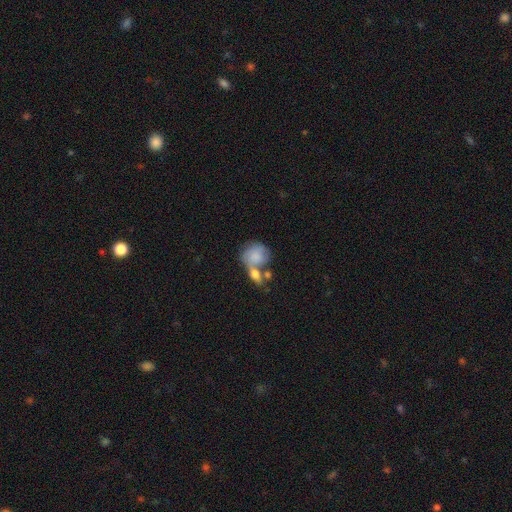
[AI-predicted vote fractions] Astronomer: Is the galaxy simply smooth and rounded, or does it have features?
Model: smooth — 72%.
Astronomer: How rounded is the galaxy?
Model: round — 57% (runner-up: in between, 41%).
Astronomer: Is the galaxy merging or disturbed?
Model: merger — 50% (runner-up: none, 26%).